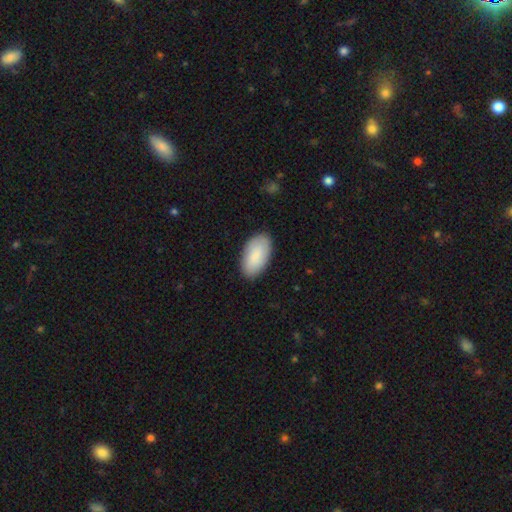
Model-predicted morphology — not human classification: Smooth or featured? Predicted: smooth (p=0.85). How rounded? Predicted: in between (p=0.96). Merging? Predicted: none (p=0.87).